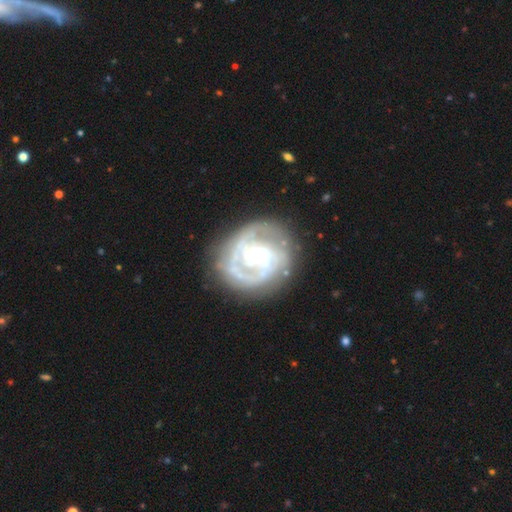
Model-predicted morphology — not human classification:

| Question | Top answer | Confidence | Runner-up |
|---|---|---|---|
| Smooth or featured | featured or disk | 85% | smooth (10%) |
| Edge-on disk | no | 98% | yes (2%) |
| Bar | no | 56% | weak (33%) |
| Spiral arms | yes | 90% | no (10%) |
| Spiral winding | tight | 57% | medium (33%) |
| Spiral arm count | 2 | 45% | can't tell (23%) |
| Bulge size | moderate | 59% | small (34%) |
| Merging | none | 71% | minor disturbance (18%) |